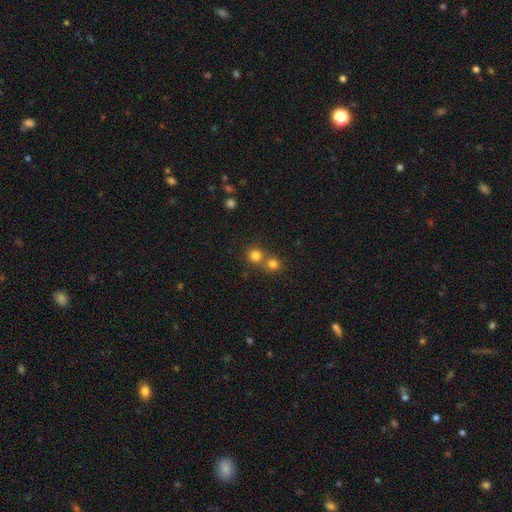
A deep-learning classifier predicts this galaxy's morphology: Smooth or featured? Predicted: smooth (p=0.78). How rounded? Predicted: round (p=0.90). Merging? Predicted: none (p=0.54).